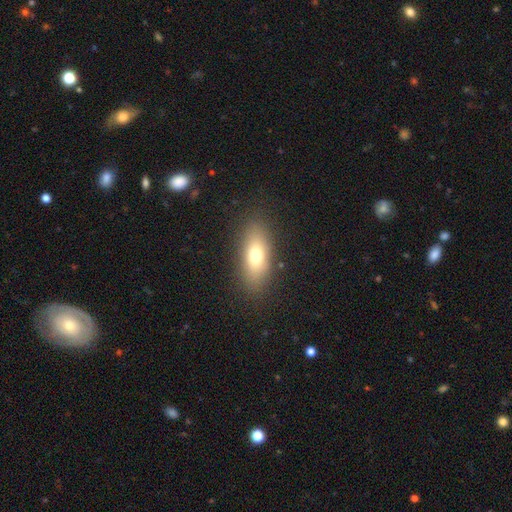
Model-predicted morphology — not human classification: Smooth or featured? smooth (72%)
How rounded? in between (77%)
Merging? none (85%)